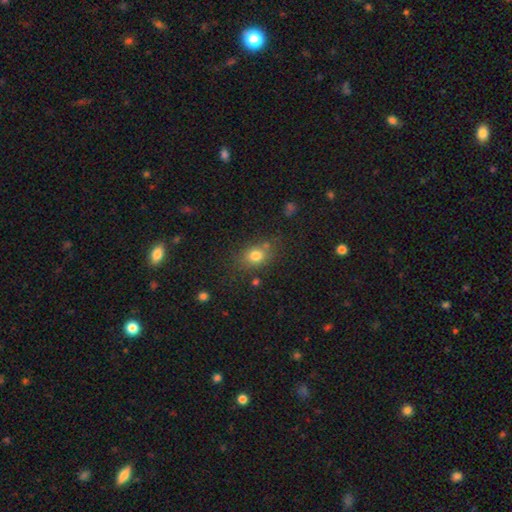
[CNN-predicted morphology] smooth-or-featured: smooth: 77% | star or artifact: 13% | featured or disk: 10%
  how-rounded: in between: 49% (tied) | round: 49% (tied) | cigar-shaped: 1%
  merging: none: 69% | minor disturbance: 16% | merger: 9% | major disturbance: 6%